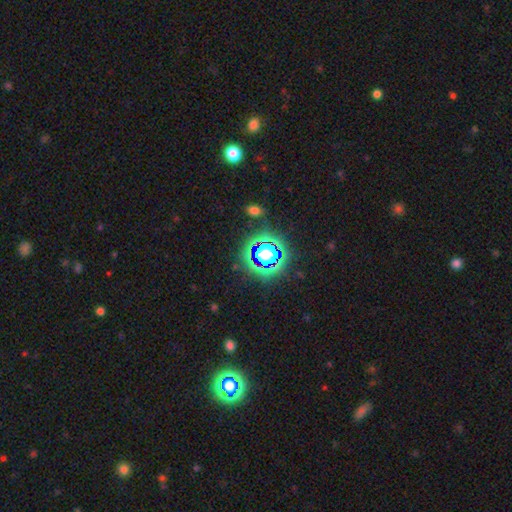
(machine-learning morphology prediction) smooth_or_featured: star or artifact (p=0.82) [alt: smooth p=0.12]